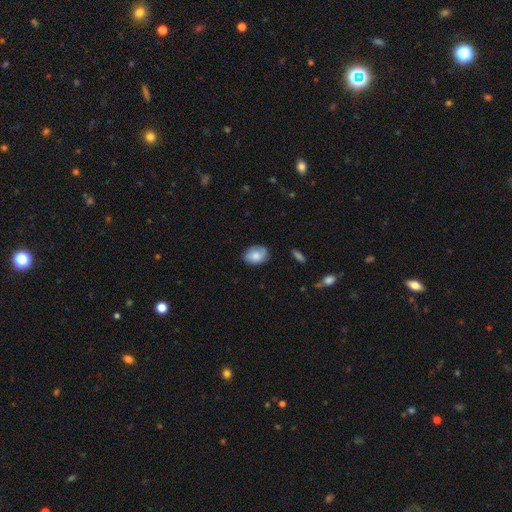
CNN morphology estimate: smooth_or_featured: smooth (p=0.81) [alt: featured or disk p=0.12]
how_rounded: in between (p=0.75) [alt: round p=0.24]
merging: none (p=0.76) [alt: minor disturbance p=0.19]